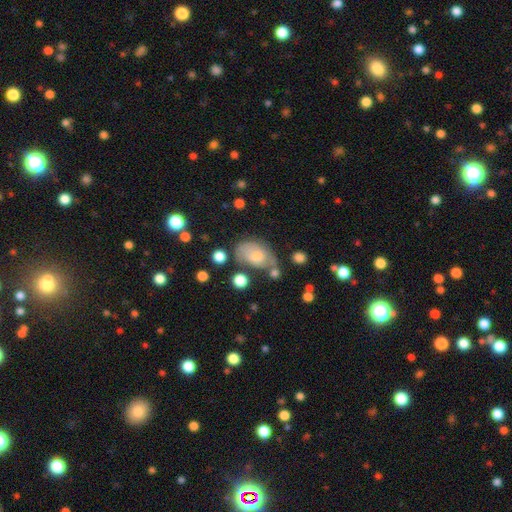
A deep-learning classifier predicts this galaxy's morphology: Smooth or featured? Predicted: smooth (p=0.65). How rounded? Predicted: in between (p=0.84). Merging? Predicted: none (p=0.42).